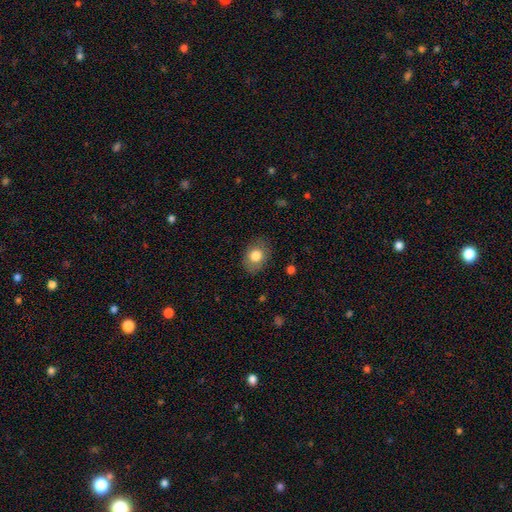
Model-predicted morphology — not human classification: This appears to be a smooth galaxy with no disk features (79%) that is in between round and cigar-shaped (63%). Merging: none (82%).